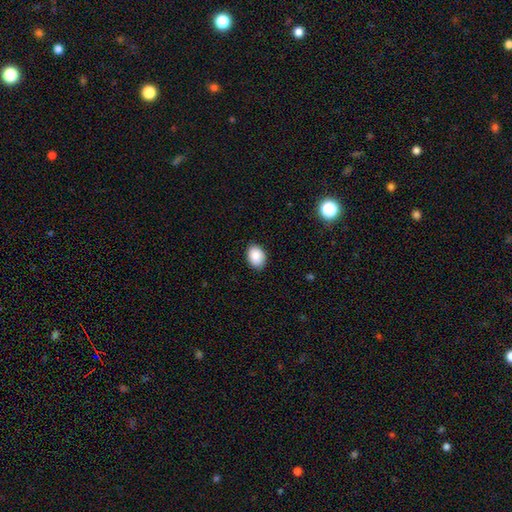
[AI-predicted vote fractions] smooth 89%, star or artifact 7%, featured or disk 4%. Down the decision tree: how rounded — in between (77%); merging — none (86%).